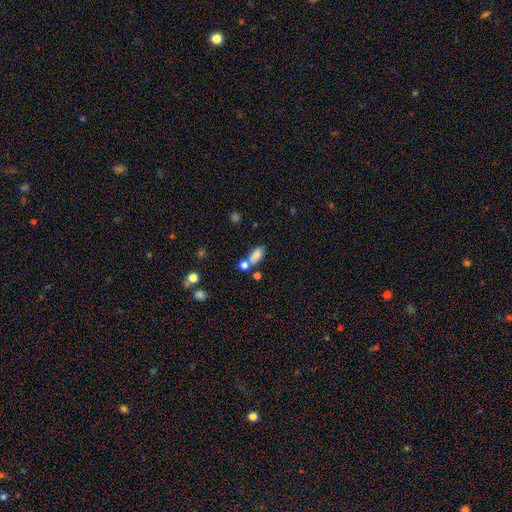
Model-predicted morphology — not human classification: Smooth or featured? Predicted: smooth (p=0.80). How rounded? Predicted: in between (p=0.86). Merging? Predicted: none (p=0.49).